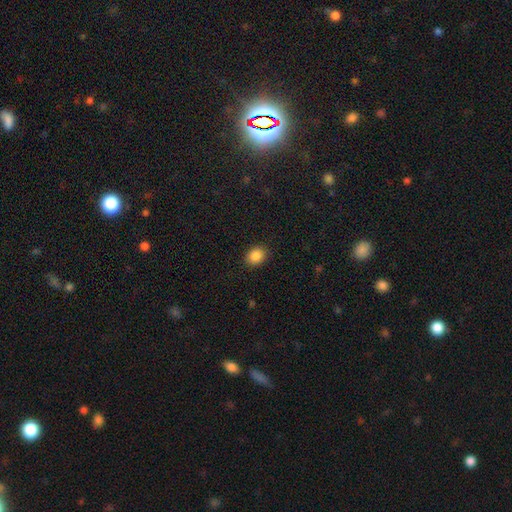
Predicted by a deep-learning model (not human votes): smooth-or-featured: smooth: 87% | star or artifact: 9% | featured or disk: 4%
  how-rounded: round: 50% | in between: 49% | cigar-shaped: 1%
  merging: none: 89% | minor disturbance: 8% | major disturbance: 2% | merger: 1%